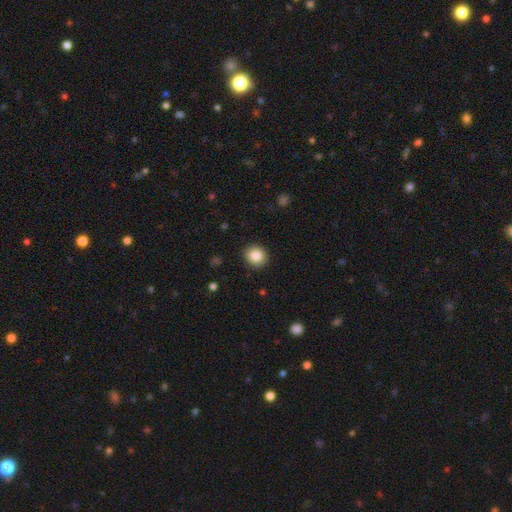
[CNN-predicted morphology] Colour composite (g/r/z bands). It shows a smooth galaxy with no disk features (85%) that is round (84%). Merging: none (91%).